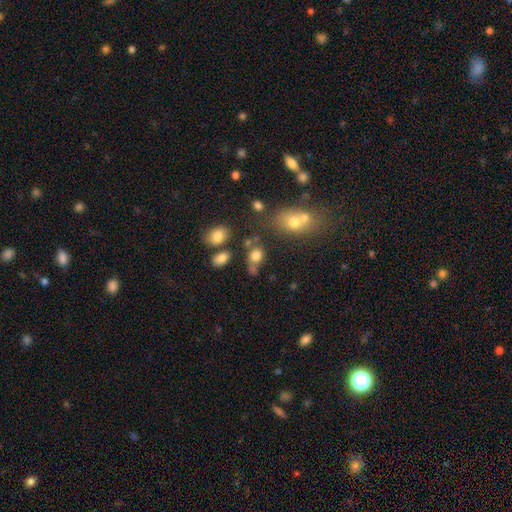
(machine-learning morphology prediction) Overall: smooth (76%). How rounded: in between (54%; round 44%). Merging: none (45%; merger 24%).